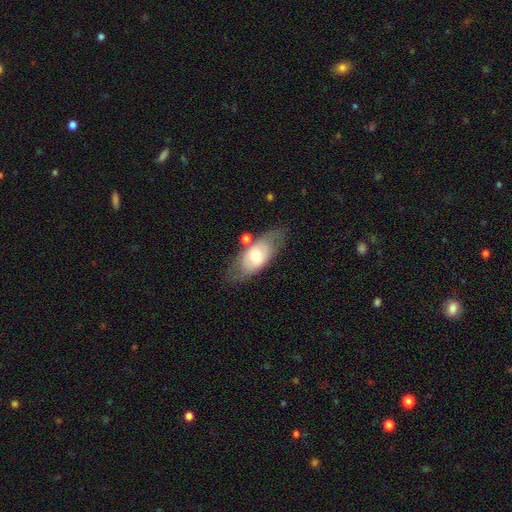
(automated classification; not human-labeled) smooth 55%, featured or disk 38%, star or artifact 7%. Down the decision tree: how rounded — in between (84%); merging — none (66%).